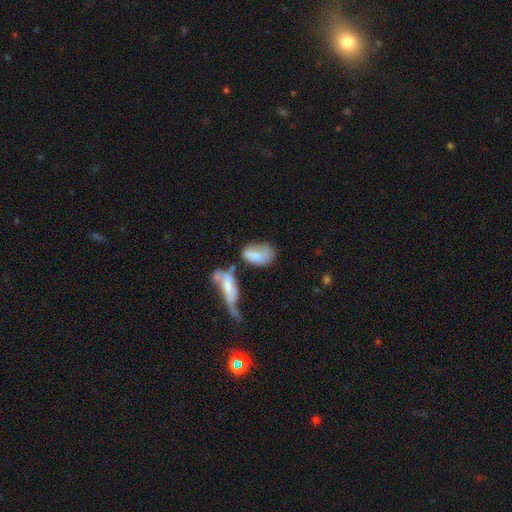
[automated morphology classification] The model was most divided on "merging": merger: 32%, none: 24%, major disturbance: 23%, minor disturbance: 21%. More confident: how rounded — in between (89%); smooth or featured — smooth (66%).